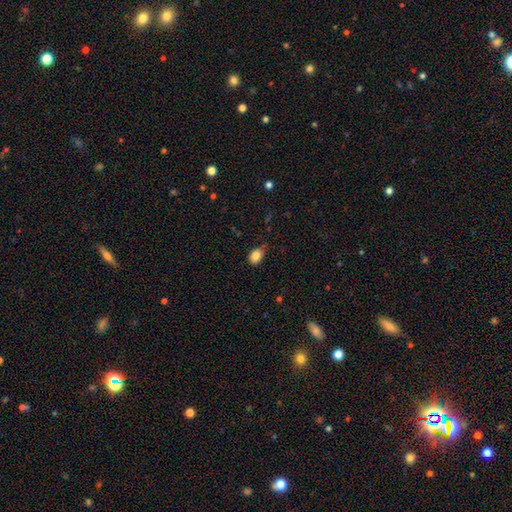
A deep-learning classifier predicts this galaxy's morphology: type=smooth (85%); roundness=in between (72%); merging=none (70%).